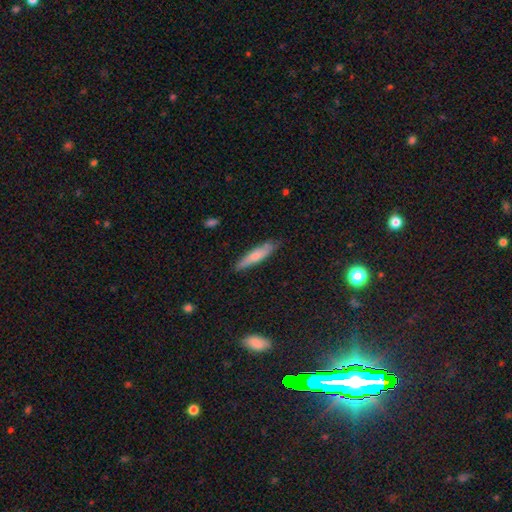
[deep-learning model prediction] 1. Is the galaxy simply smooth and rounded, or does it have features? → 63% smooth, 30% featured or disk, 6% star or artifact.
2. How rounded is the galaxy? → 82% cigar-shaped, 16% in between, 2% round.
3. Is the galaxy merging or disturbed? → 77% none, 19% minor disturbance, 3% major disturbance, 2% merger.